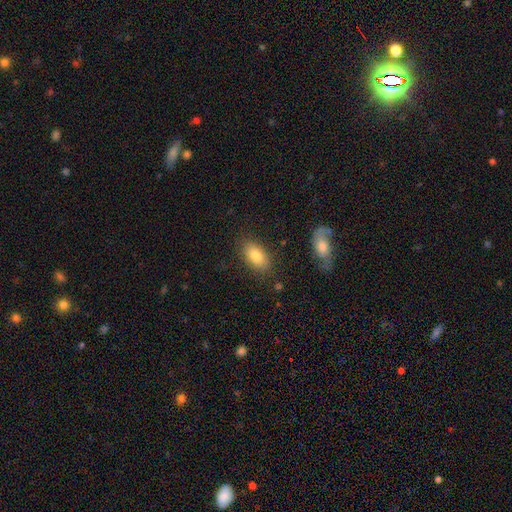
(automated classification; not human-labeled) A smooth galaxy with no disk features (83%) that is in between round and cigar-shaped (92%).

Vote fractions:
- Smooth or featured? smooth: 83% / featured or disk: 10% / star or artifact: 7%
- How rounded? in between: 92% / round: 5% / cigar-shaped: 3%
- Merging? none: 84% / minor disturbance: 11% / major disturbance: 3% / merger: 3%